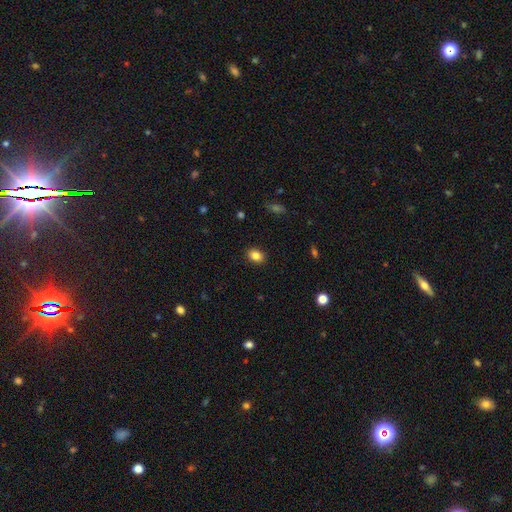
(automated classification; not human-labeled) smooth 85%, star or artifact 10%, featured or disk 6%. Down the decision tree: how rounded — in between (70%); merging — none (89%).